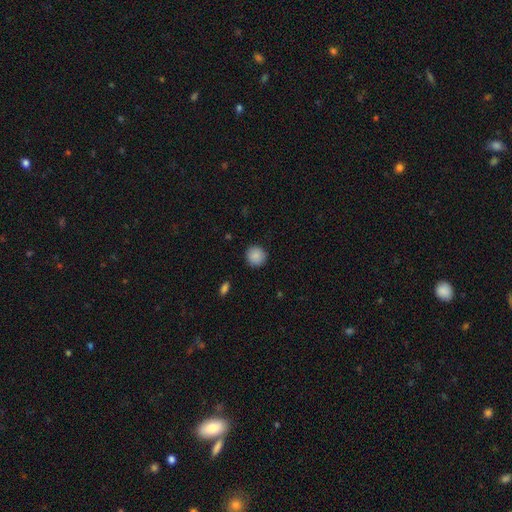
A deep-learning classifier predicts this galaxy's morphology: smooth_or_featured: smooth (p=0.89) [alt: star or artifact p=0.08]
how_rounded: round (p=0.92) [alt: in between p=0.07]
merging: none (p=0.91) [alt: minor disturbance p=0.06]